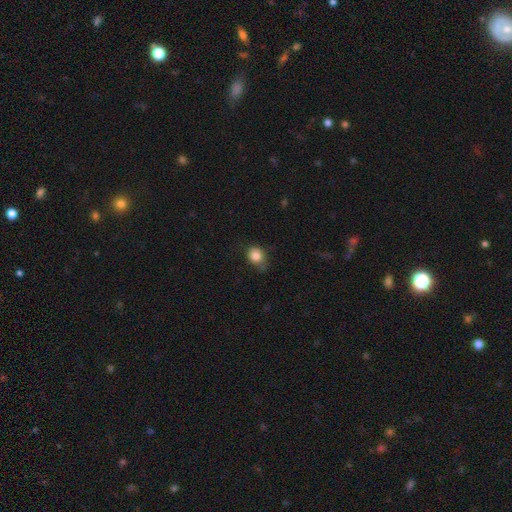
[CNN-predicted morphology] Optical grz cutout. It shows a smooth galaxy with no disk features (84%) that is round (58%). Merging: none (56%).